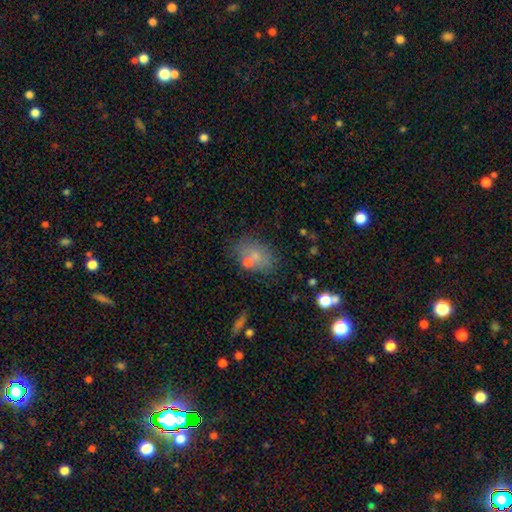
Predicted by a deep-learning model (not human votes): Overall: smooth (64%). How rounded: in between (76%). Merging: none (63%).